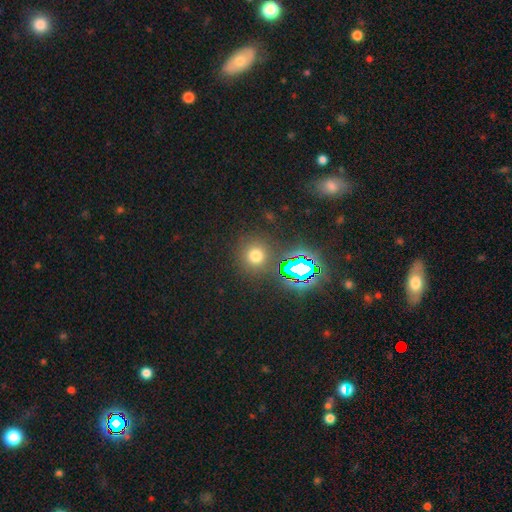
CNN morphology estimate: type=smooth (64%); roundness=round (92%); merging=none (86%).